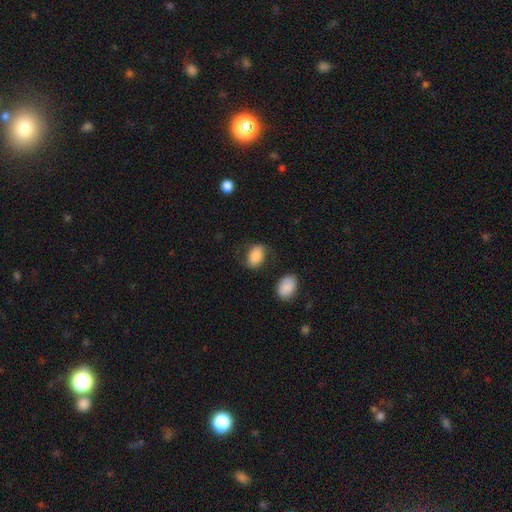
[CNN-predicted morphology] Smooth or featured? smooth (82%)
How rounded? in between (85%)
Merging? none (64%)